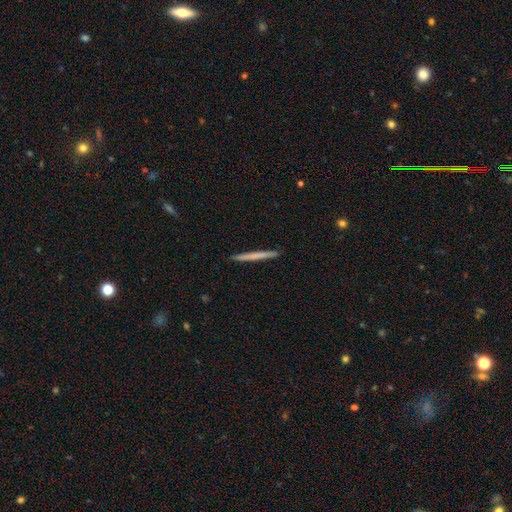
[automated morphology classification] Smooth or featured?
  - smooth: 57% *
  - featured or disk: 38%
  - star or artifact: 5%
How rounded?
  - cigar-shaped: 97% *
  - in between: 1%
  - round: 1%
Merging?
  - none: 93% *
  - minor disturbance: 5%
  - major disturbance: 1%
  - merger: 1%